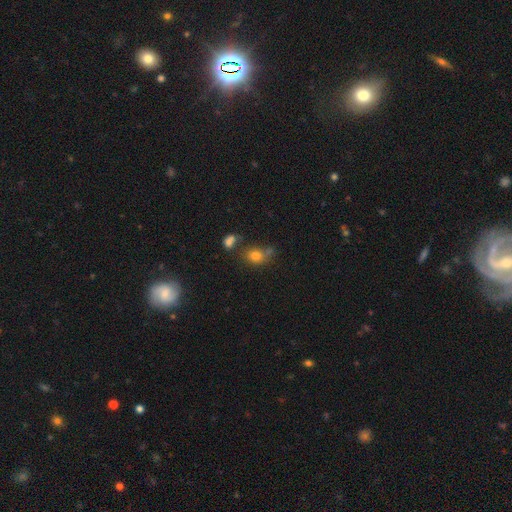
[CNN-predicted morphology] smooth 77%, star or artifact 13%, featured or disk 10%. Down the decision tree: how rounded — in between (53%); merging — none (51%).